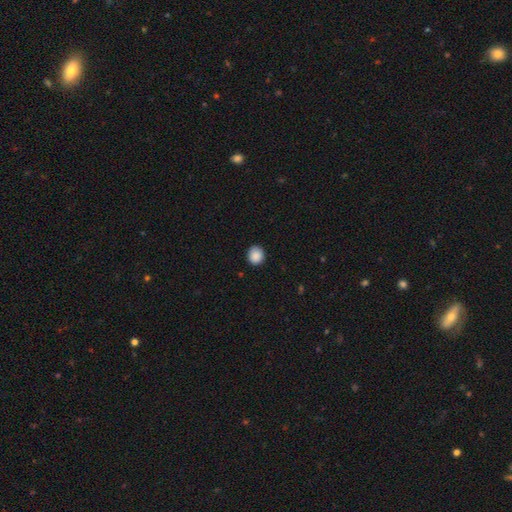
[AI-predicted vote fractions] Smooth or featured? smooth (88%)
How rounded? round (80%)
Merging? none (88%)